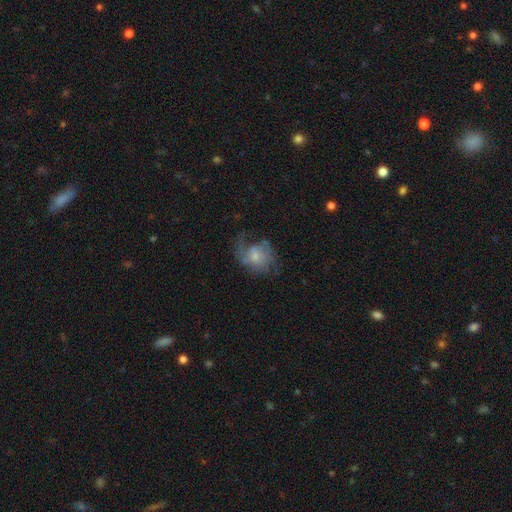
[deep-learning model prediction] This is possibly a featured or disk galaxy (50%). Merging: marginally major disturbance (40%).